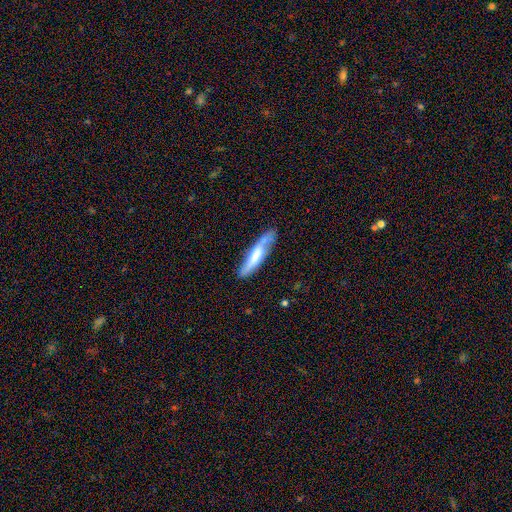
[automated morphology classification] This appears to be a smooth galaxy with no disk features (54%) that is cigar-shaped (83%). Merging: none (70%).